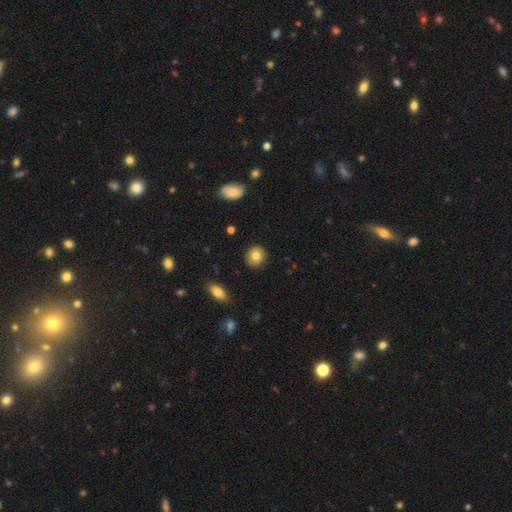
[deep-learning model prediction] Smooth or featured? Predicted: smooth (p=0.79). How rounded? Predicted: round (p=0.85). Merging? Predicted: none (p=0.89).